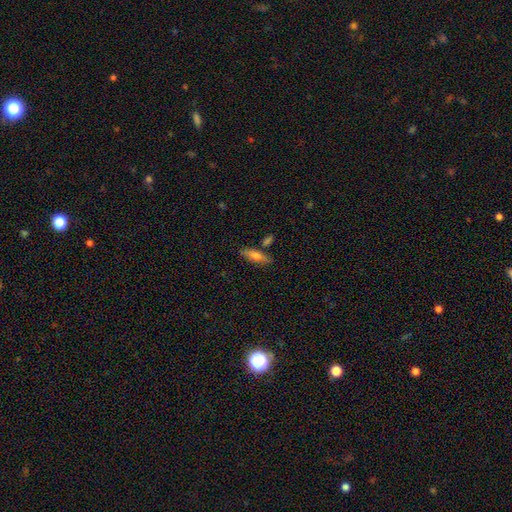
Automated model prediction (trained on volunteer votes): A smooth galaxy with no disk features (69%) that is in between round and cigar-shaped (53%).

Vote fractions:
- Smooth or featured? smooth: 69% / featured or disk: 23% / star or artifact: 7%
- How rounded? in between: 53% / cigar-shaped: 44% / round: 3%
- Merging? none: 73% / minor disturbance: 14% / merger: 9% / major disturbance: 4%